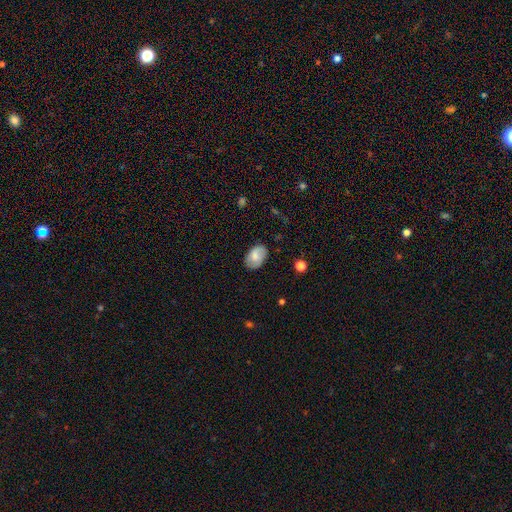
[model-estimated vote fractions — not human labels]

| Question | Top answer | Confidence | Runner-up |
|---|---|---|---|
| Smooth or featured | smooth | 74% | featured or disk (19%) |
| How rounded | in between | 88% | round (10%) |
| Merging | none | 81% | minor disturbance (15%) |